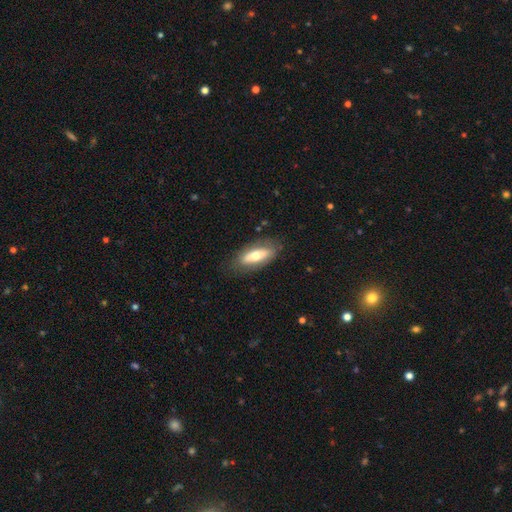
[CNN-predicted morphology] This is possibly a smooth galaxy (57%). How rounded: likely in between (75%). Merging: clearly none (80%).